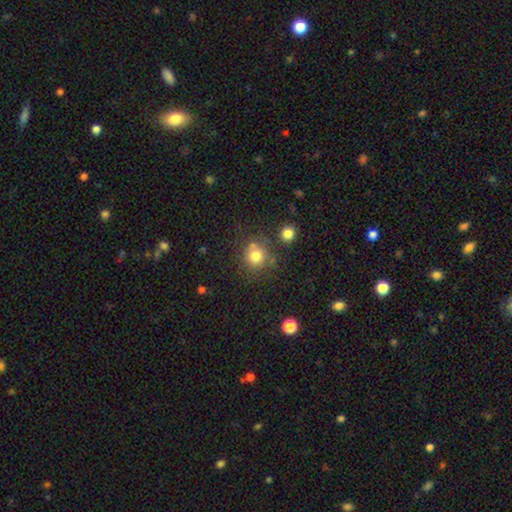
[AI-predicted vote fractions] Morphology: type=smooth (77%); roundness=round (88%); merging=none (67%).